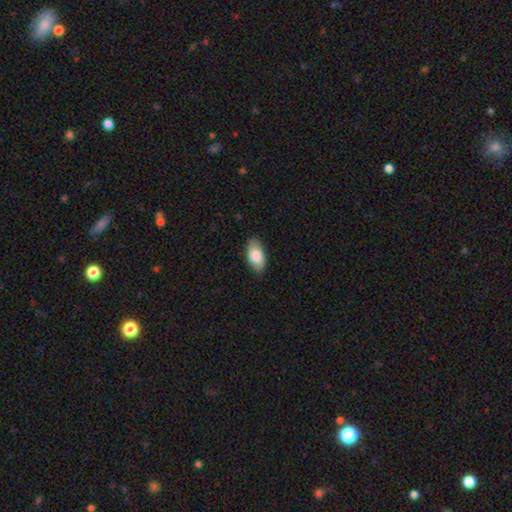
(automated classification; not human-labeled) Overall: smooth (82%). How rounded: in between (93%). Merging: none (86%).